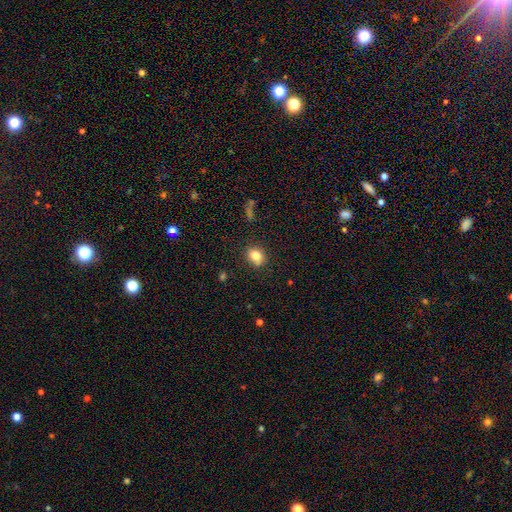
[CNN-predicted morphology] smooth_or_featured: smooth (p=0.82) [alt: star or artifact p=0.10]
how_rounded: round (p=0.59) [alt: in between p=0.40]
merging: none (p=0.84) [alt: minor disturbance p=0.11]